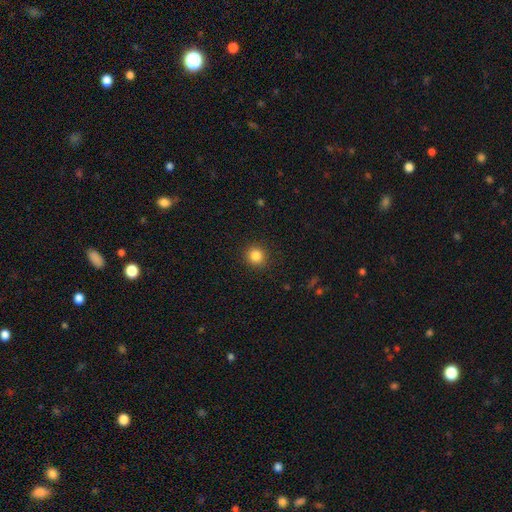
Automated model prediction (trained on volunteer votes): A smooth galaxy with no disk features (84%) that is round (91%).

Vote fractions:
- Smooth or featured? smooth: 84% / star or artifact: 11% / featured or disk: 4%
- How rounded? round: 91% / in between: 8% / cigar-shaped: 1%
- Merging? none: 91% / minor disturbance: 6% / major disturbance: 2% / merger: 1%